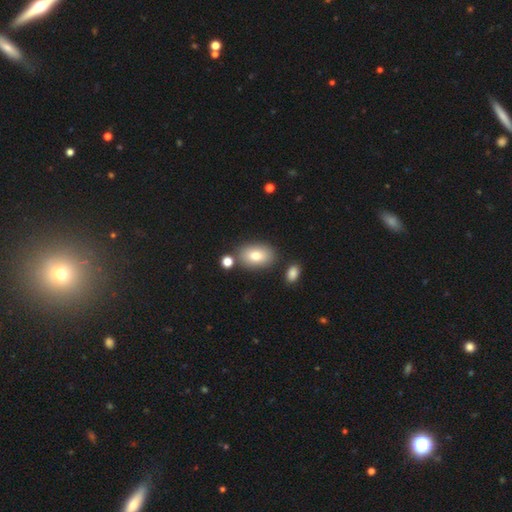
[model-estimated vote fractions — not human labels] smooth-or-featured: smooth: 79% | featured or disk: 13% | star or artifact: 8%
  how-rounded: in between: 87% | round: 12% | cigar-shaped: 1%
  merging: none: 77% | minor disturbance: 12% | merger: 8% | major disturbance: 3%